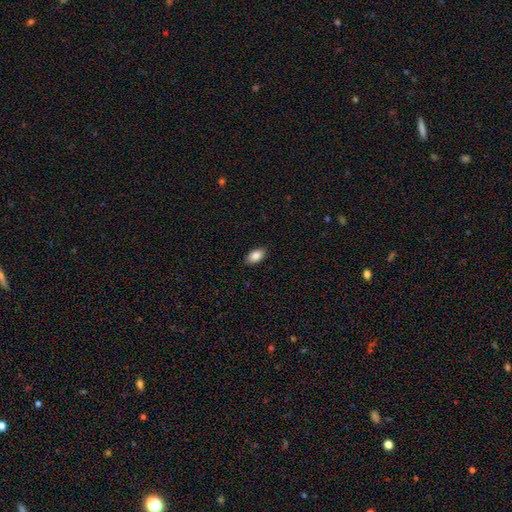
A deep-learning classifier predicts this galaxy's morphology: Q: Smooth or featured?
A: smooth (85%); runner-up: star or artifact (7%)
Q: How rounded?
A: in between (93%); runner-up: round (4%)
Q: Merging?
A: none (89%); runner-up: minor disturbance (8%)